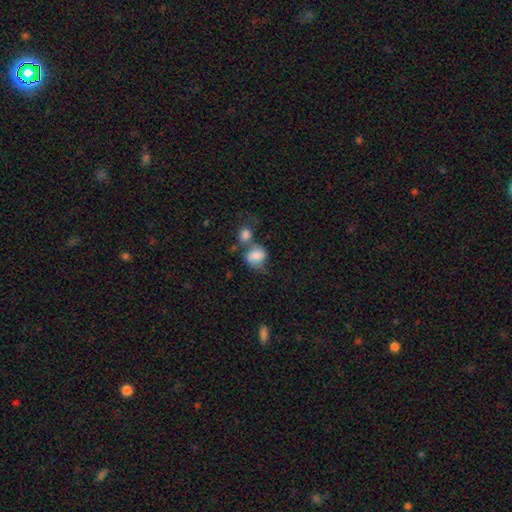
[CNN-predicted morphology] Overall: smooth (76%). How rounded: in between (50%; round 48%). Merging: merger (44%; none 28%).